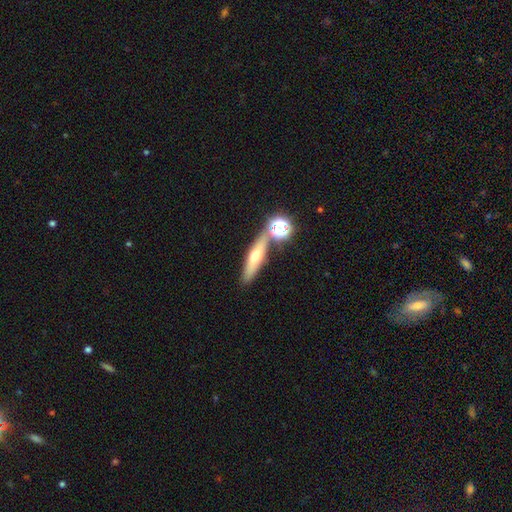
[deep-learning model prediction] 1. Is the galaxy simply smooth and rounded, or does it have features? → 41% smooth (tied), 41% featured or disk (tied), 18% star or artifact.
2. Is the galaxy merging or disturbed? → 74% none, 12% merger, 10% minor disturbance, 4% major disturbance.